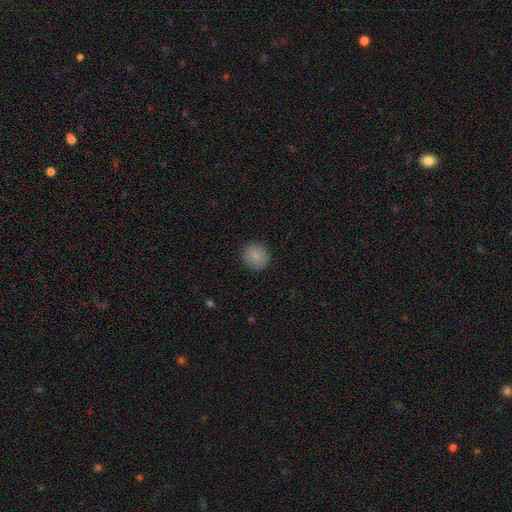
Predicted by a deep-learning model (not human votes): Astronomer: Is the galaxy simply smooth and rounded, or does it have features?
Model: smooth — 86%.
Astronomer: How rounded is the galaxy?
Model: round — 90%.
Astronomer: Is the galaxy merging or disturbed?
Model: none — 91%.